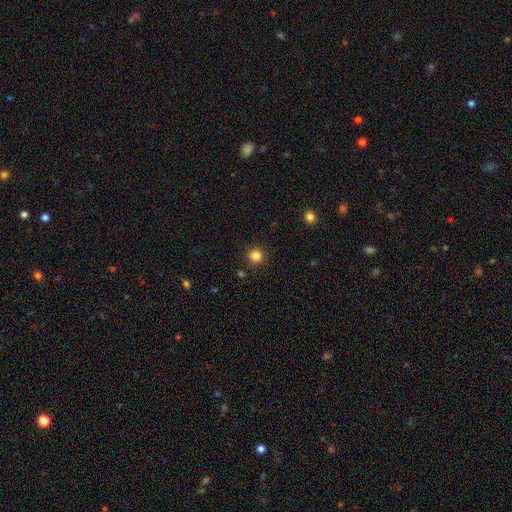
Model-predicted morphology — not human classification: smooth 84%, star or artifact 12%, featured or disk 4%. Down the decision tree: how rounded — round (94%); merging — none (91%).